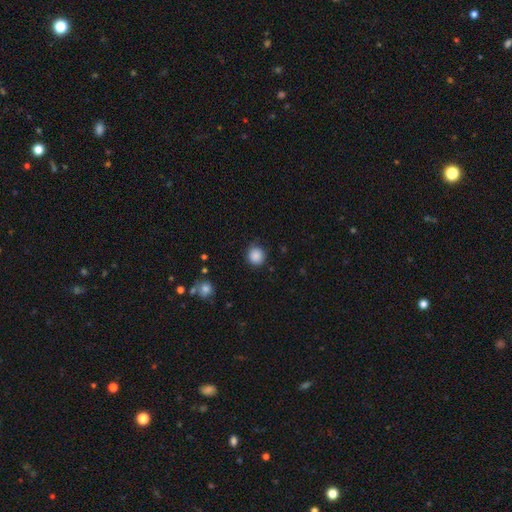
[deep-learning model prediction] smooth 87%, star or artifact 10%, featured or disk 3%. Down the decision tree: how rounded — round (90%); merging — none (85%).